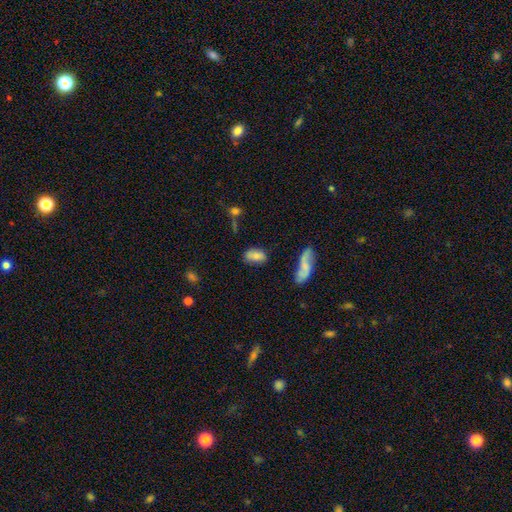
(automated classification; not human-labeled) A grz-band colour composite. It shows a smooth galaxy with no disk features (71%) that is in between round and cigar-shaped (90%). Merging: none (67%).